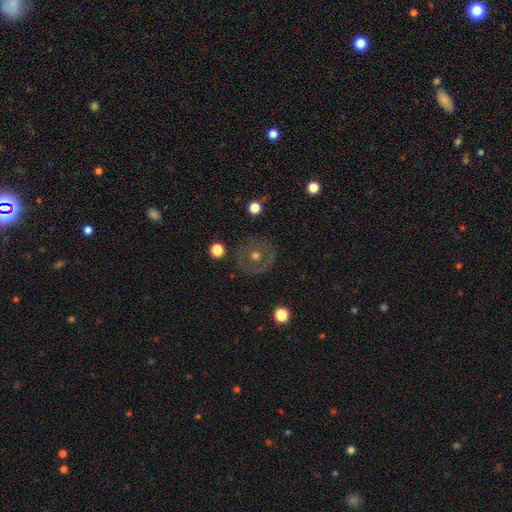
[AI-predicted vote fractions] Overall: featured or disk (48%; smooth 42%). Merging: none (82%).